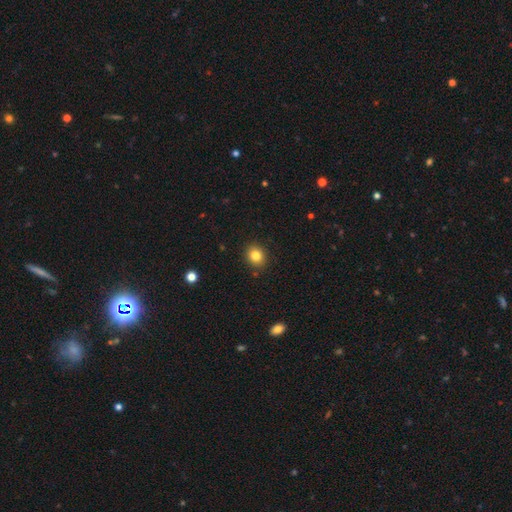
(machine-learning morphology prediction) Smooth or featured? Predicted: smooth (p=0.83). How rounded? Predicted: round (p=0.75). Merging? Predicted: none (p=0.89).